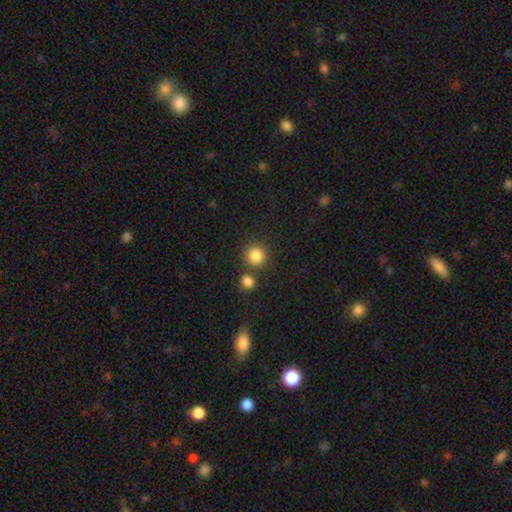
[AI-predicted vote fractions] Smooth or featured? smooth (85%)
How rounded? round (91%)
Merging? none (76%)